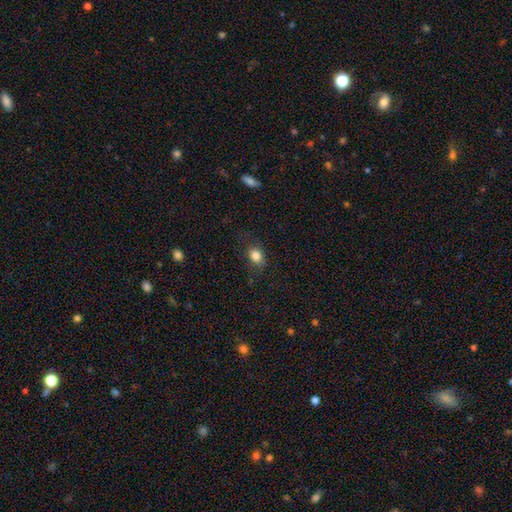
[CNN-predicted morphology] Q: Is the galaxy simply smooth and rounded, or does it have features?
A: smooth — 83%.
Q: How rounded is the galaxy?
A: in between — 53%.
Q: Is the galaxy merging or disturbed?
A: none — 77%.